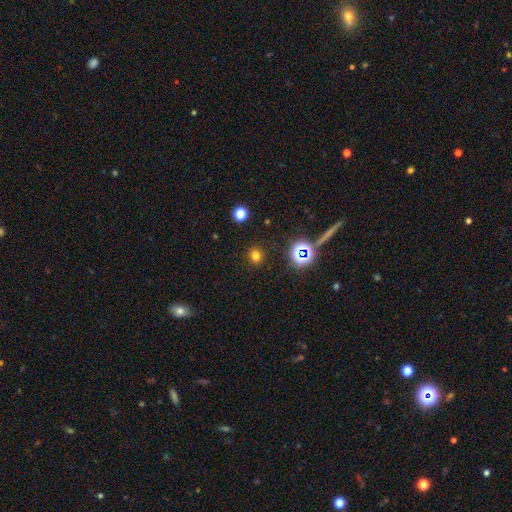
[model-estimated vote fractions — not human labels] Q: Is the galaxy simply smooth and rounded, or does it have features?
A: smooth — 72%.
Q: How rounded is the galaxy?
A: round — 80%.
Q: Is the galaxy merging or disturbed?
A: none — 89%.